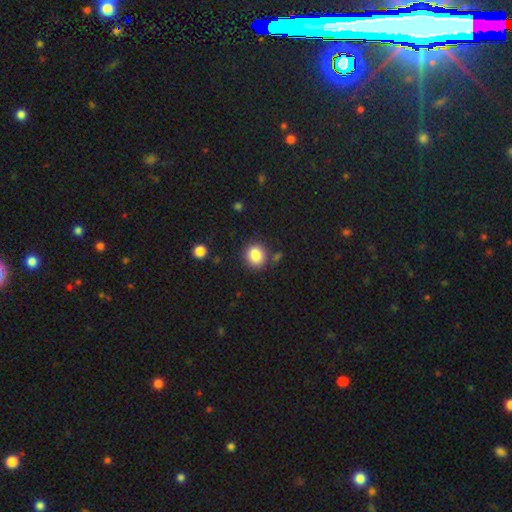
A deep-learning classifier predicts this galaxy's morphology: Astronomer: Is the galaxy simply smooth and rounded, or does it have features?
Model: smooth — 86%.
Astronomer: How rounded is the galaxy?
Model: round — 76%.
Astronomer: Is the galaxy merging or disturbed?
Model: none — 81%.